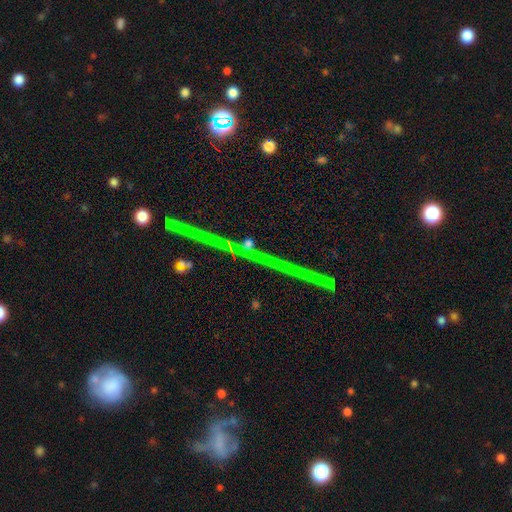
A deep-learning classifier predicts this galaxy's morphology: smooth_or_featured: star or artifact (p=0.72) [alt: featured or disk p=0.19]